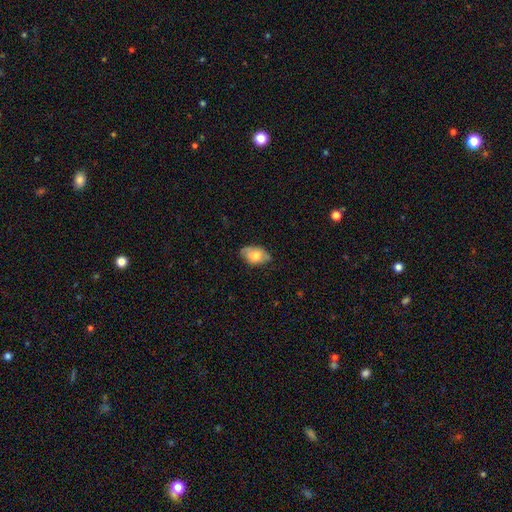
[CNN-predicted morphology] This is likely a smooth galaxy (67%). How rounded: clearly in between (90%). Merging: likely none (65%).